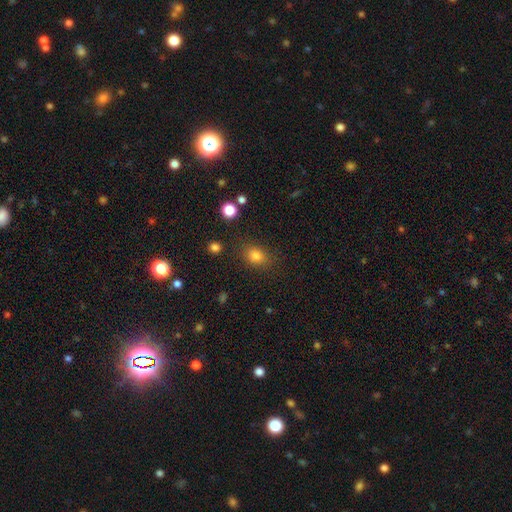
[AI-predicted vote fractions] Smooth or featured? Predicted: smooth (p=0.81). How rounded? Predicted: round (p=0.50). Merging? Predicted: none (p=0.82).